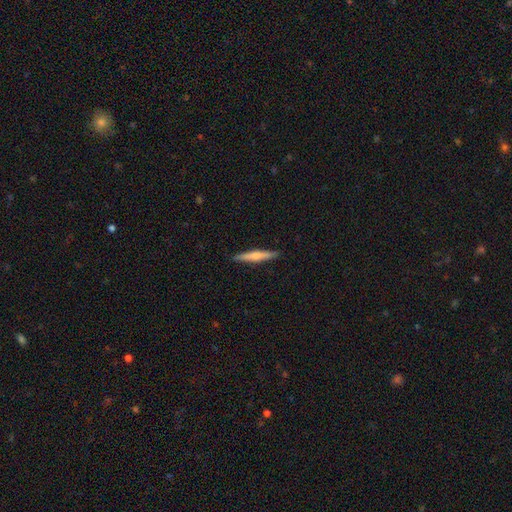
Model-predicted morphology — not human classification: A smooth galaxy with no disk features (53%) that is cigar-shaped (93%). Merging: none (91%).